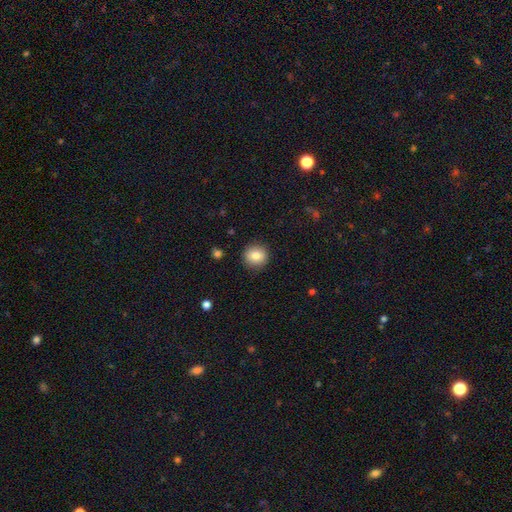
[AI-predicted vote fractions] smooth-or-featured: smooth: 83% | star or artifact: 9% | featured or disk: 8%
  how-rounded: round: 91% | in between: 8% | cigar-shaped: 1%
  merging: none: 89% | minor disturbance: 7% | major disturbance: 2% | merger: 1%